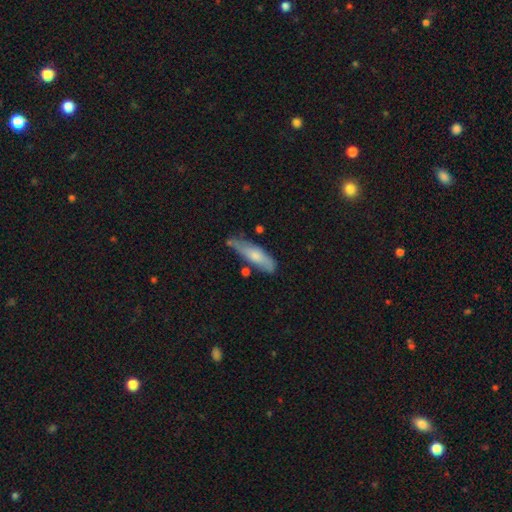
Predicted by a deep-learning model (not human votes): smooth-or-featured: smooth: 63% | featured or disk: 31% | star or artifact: 6%
  how-rounded: cigar-shaped: 60% | in between: 38% | round: 2%
  merging: none: 57% | minor disturbance: 29% | merger: 8% | major disturbance: 7%